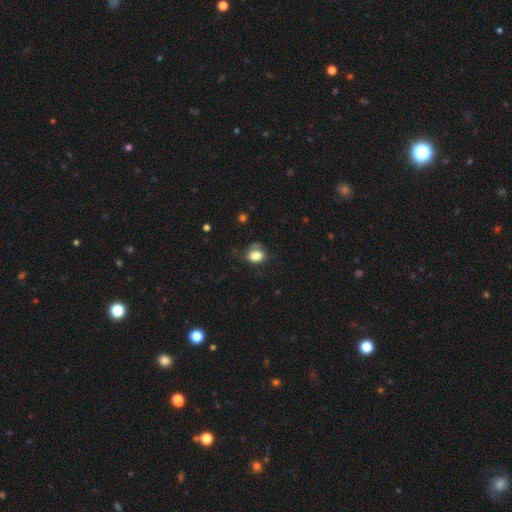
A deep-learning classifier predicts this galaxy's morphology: type=smooth (80%); roundness=round (54%); merging=none (51%).